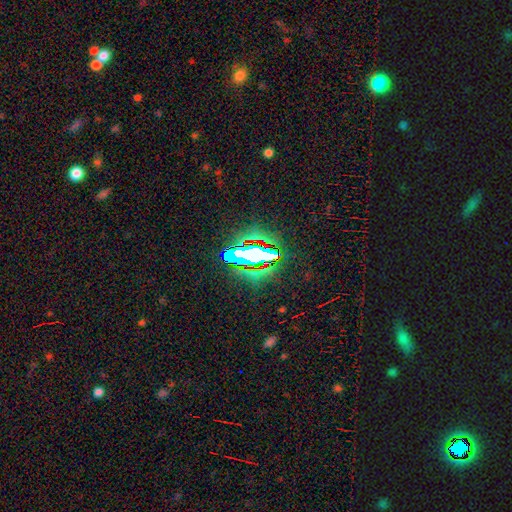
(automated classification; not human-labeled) smooth-or-featured: star or artifact: 59% | smooth: 25% | featured or disk: 17%